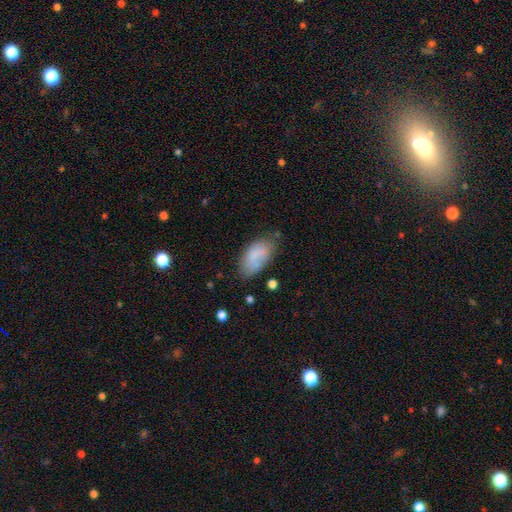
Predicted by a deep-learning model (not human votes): Smooth or featured: smooth — 76% (featured or disk — 16%)
How rounded: in between — 94% (round — 3%)
Merging: none — 58% (minor disturbance — 27%)